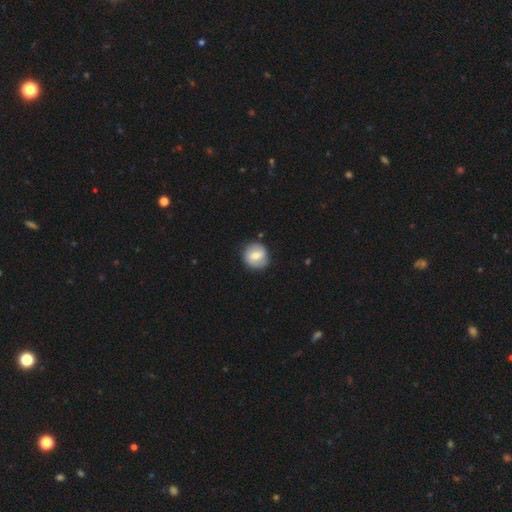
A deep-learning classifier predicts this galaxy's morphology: A smooth galaxy with no disk features (60%) that is round (90%). Merging: none (84%).